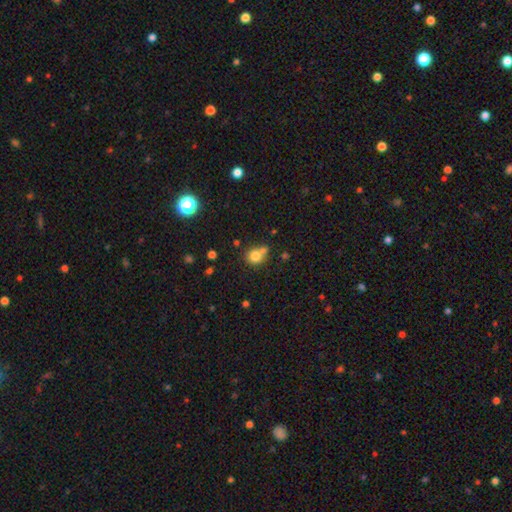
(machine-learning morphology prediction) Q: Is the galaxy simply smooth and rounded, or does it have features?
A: smooth — 78%.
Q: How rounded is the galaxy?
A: round — 81%.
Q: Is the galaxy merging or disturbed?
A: none — 50%.